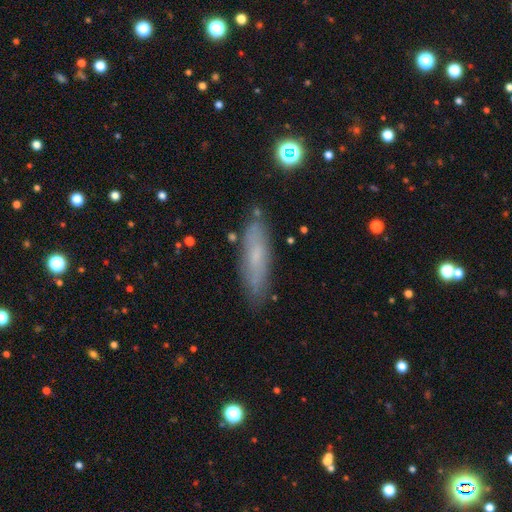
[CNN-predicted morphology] Smooth or featured? smooth (50%)
Merging? none (84%)